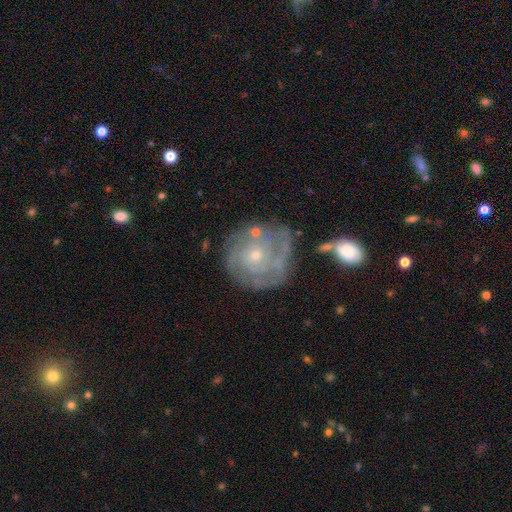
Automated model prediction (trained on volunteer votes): Smooth or featured? Predicted: featured or disk (p=0.72). Edge-on disk? Predicted: no (p=0.97). Bar? Predicted: no (p=0.79). Spiral arms? Predicted: yes (p=0.83). Spiral winding? Predicted: tight (p=0.71). Spiral arm count? Predicted: can't tell (p=0.48). Bulge size? Predicted: small (p=0.69). Merging? Predicted: none (p=0.68).